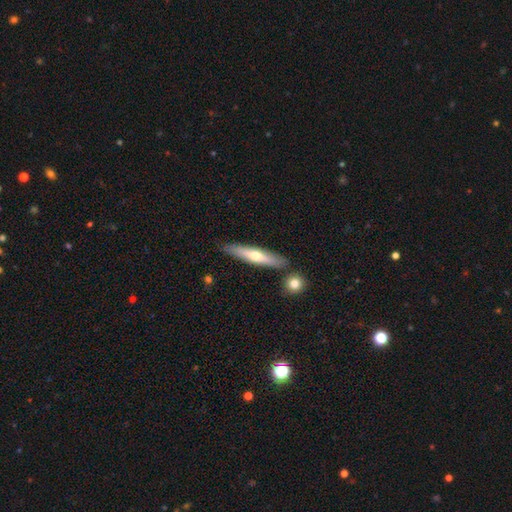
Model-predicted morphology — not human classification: type=featured or disk (48%); merging=none (84%).